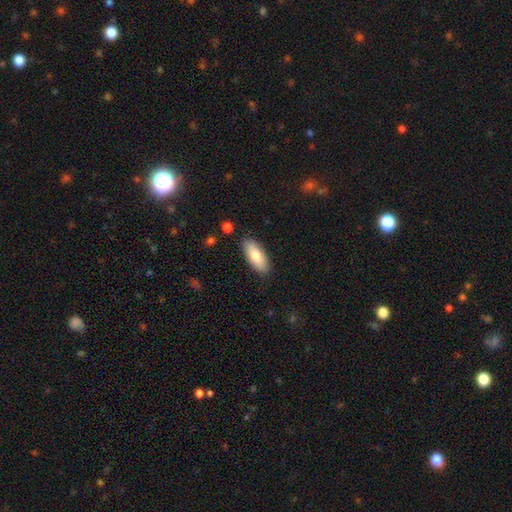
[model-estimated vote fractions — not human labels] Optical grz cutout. It shows a smooth galaxy with no disk features (78%) that is in between round and cigar-shaped (83%). Merging: none (87%).